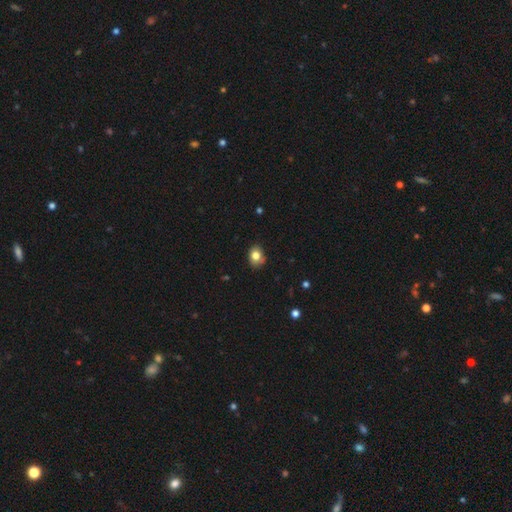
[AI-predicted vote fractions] This appears to be a smooth galaxy with no disk features (80%) that is in between round and cigar-shaped (50%). Merging: none (74%).